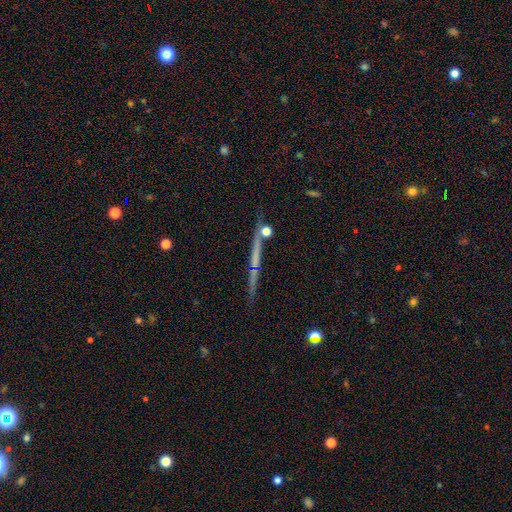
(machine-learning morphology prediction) featured or disk 61%, smooth 27%, star or artifact 11%. Down the decision tree: edge-on disk — yes (96%); edge-on bulge — none (76%); merging — none (84%).